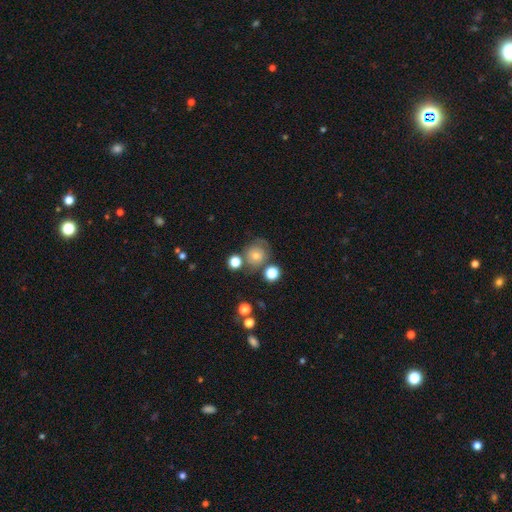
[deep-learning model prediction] smooth-or-featured: smooth: 59% | featured or disk: 28% | star or artifact: 13%
  how-rounded: round: 84% | in between: 15% | cigar-shaped: 1%
  merging: none: 59% | minor disturbance: 18% | merger: 12% | major disturbance: 11%